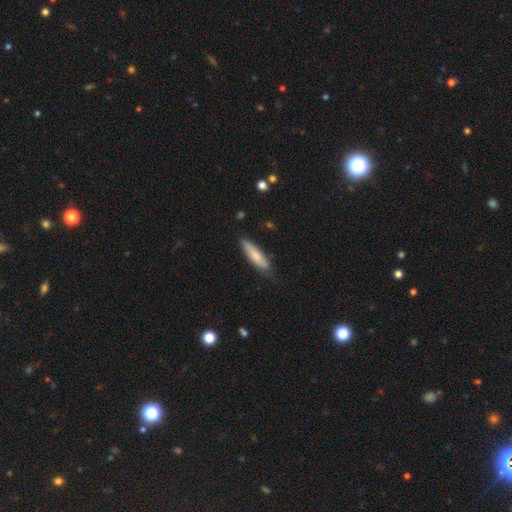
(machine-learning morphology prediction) The model was most divided on "how rounded": cigar-shaped: 71%, in between: 27%, round: 2%. More confident: merging — none (76%); smooth or featured — smooth (75%).